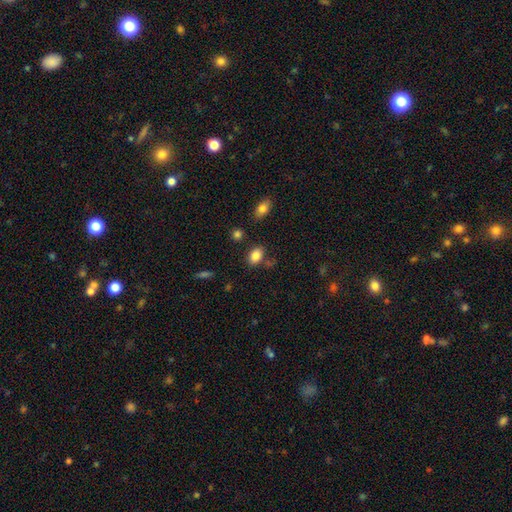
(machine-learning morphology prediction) A smooth galaxy with no disk features (85%) that is in between round and cigar-shaped (83%).

Vote fractions:
- Smooth or featured? smooth: 85% / star or artifact: 9% / featured or disk: 6%
- How rounded? in between: 83% / round: 16% / cigar-shaped: 1%
- Merging? none: 76% / minor disturbance: 13% / merger: 7% / major disturbance: 4%